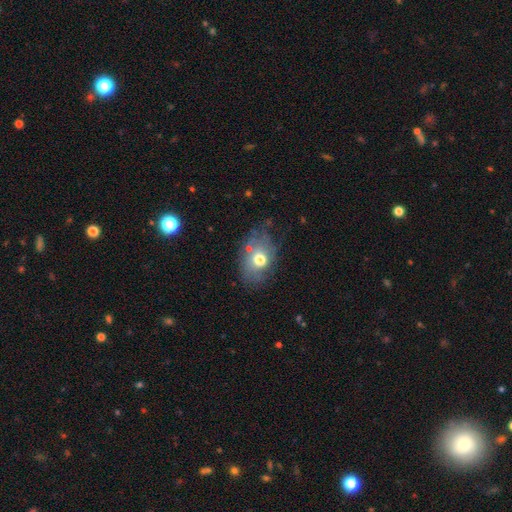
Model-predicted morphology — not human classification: smooth_or_featured: smooth (p=0.55) [alt: featured or disk p=0.31]
how_rounded: in between (p=0.69) [alt: round p=0.30]
merging: none (p=0.65) [alt: minor disturbance p=0.22]